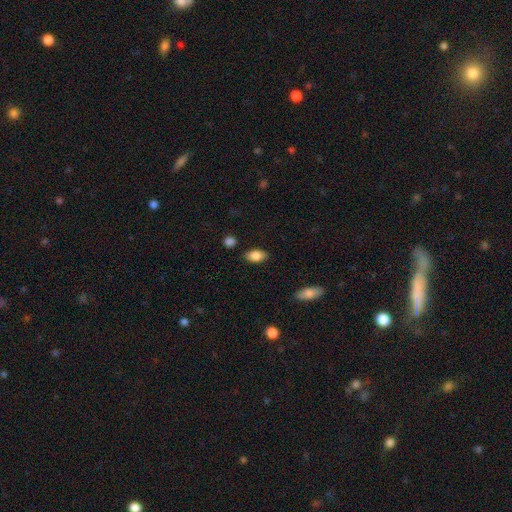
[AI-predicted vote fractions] This appears to be a smooth galaxy with no disk features (86%) that is in between round and cigar-shaped (91%). Merging: none (86%).